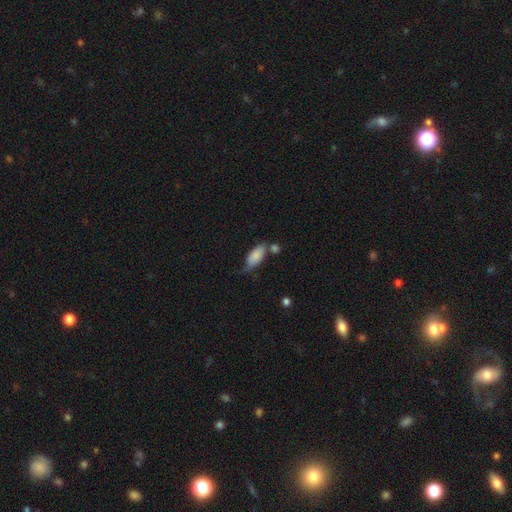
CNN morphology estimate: smooth 81%, featured or disk 12%, star or artifact 7%. Down the decision tree: how rounded — in between (85%); merging — none (41%).